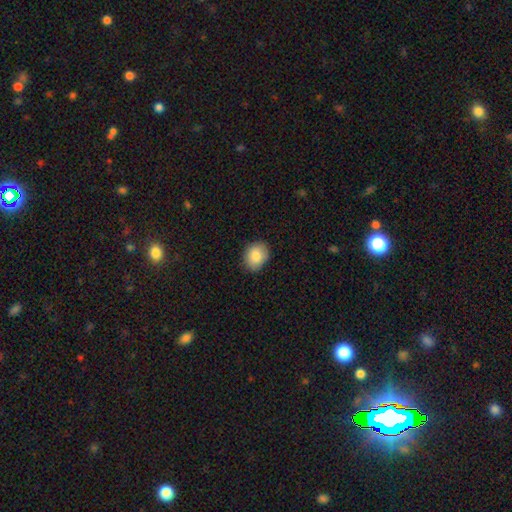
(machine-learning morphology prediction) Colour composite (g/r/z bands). It shows a smooth galaxy with no disk features (86%) that is in between round and cigar-shaped (51%). Merging: none (85%).